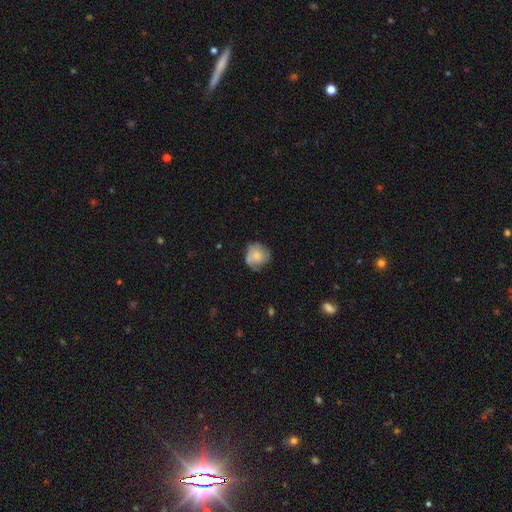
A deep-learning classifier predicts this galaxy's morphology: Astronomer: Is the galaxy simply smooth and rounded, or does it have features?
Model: smooth — 54% (runner-up: featured or disk, 38%).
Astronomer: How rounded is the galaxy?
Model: round — 80%.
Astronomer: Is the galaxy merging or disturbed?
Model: none — 58%.